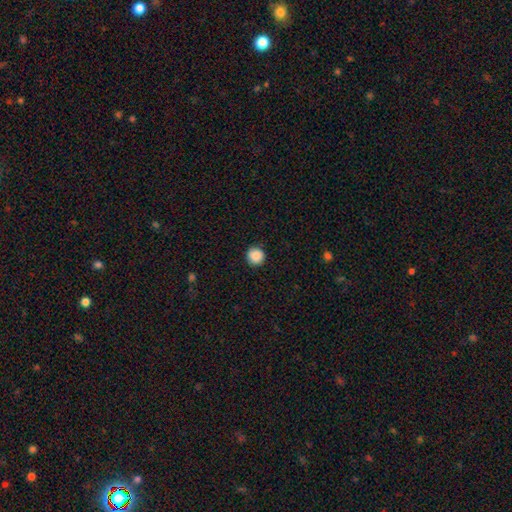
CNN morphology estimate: type=smooth (88%); roundness=round (94%); merging=none (90%).